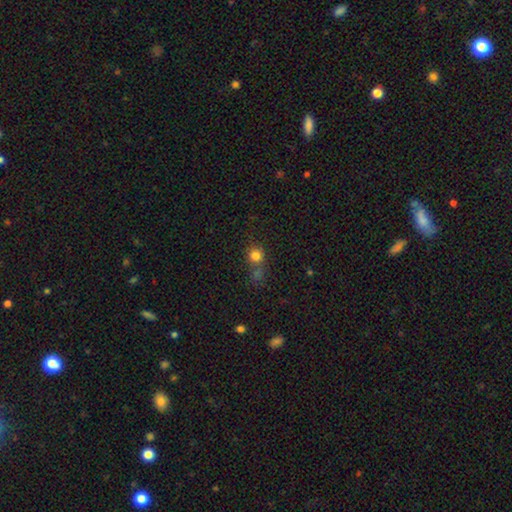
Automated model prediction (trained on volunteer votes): Smooth or featured? smooth (78%)
How rounded? round (88%)
Merging? none (62%)